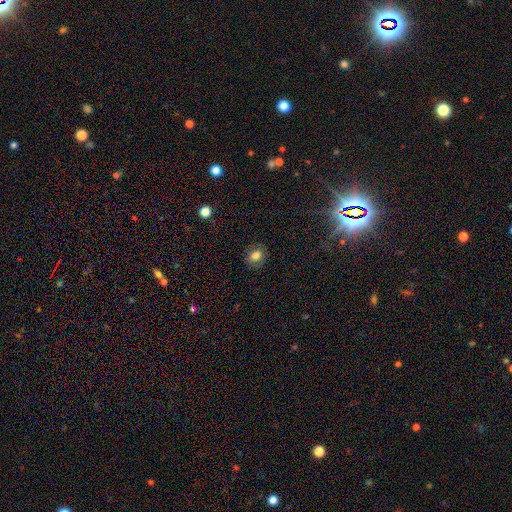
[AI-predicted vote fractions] smooth 77%, featured or disk 12%, star or artifact 11%. Down the decision tree: how rounded — round (56%); merging — none (84%).